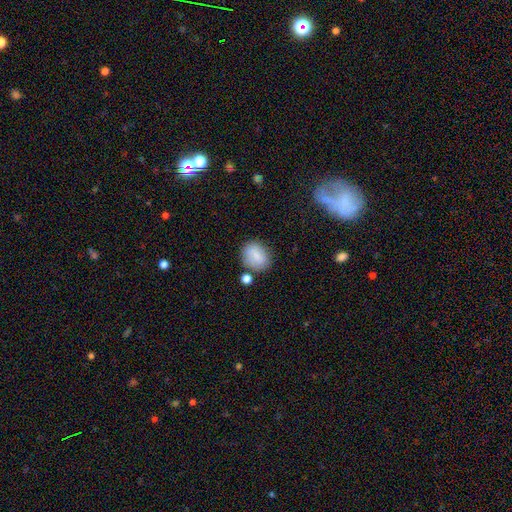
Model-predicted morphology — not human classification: This appears to be a smooth galaxy with no disk features (81%) that is round (54%). Merging: none (70%).